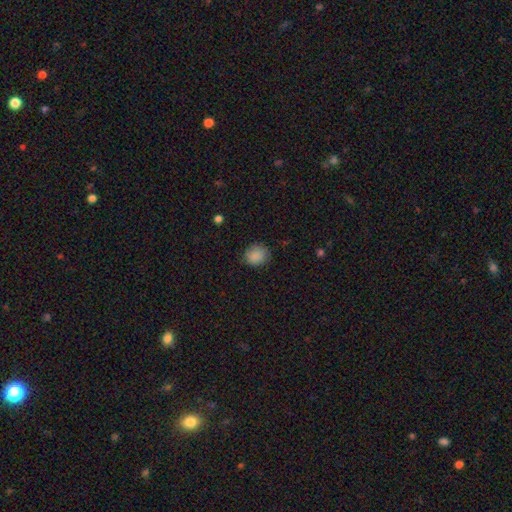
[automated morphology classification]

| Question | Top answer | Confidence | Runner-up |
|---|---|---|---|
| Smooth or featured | smooth | 87% | star or artifact (9%) |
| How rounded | round | 73% | in between (26%) |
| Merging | none | 83% | minor disturbance (13%) |